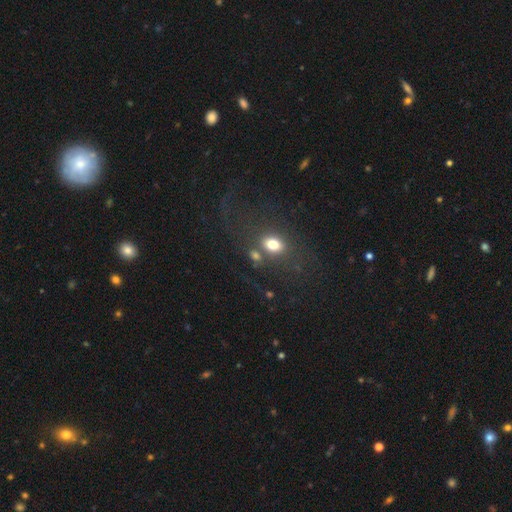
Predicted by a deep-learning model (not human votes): Morphology: type=smooth (68%); roundness=in between (60%); merging=none (50%).